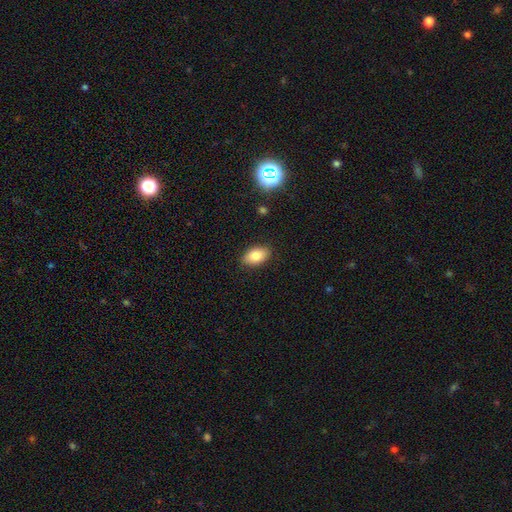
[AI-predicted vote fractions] A smooth galaxy with no disk features (83%) that is in between round and cigar-shaped (91%).

Vote fractions:
- Smooth or featured? smooth: 83% / star or artifact: 9% / featured or disk: 8%
- How rounded? in between: 91% / round: 7% / cigar-shaped: 2%
- Merging? none: 87% / minor disturbance: 10% / major disturbance: 2% / merger: 1%